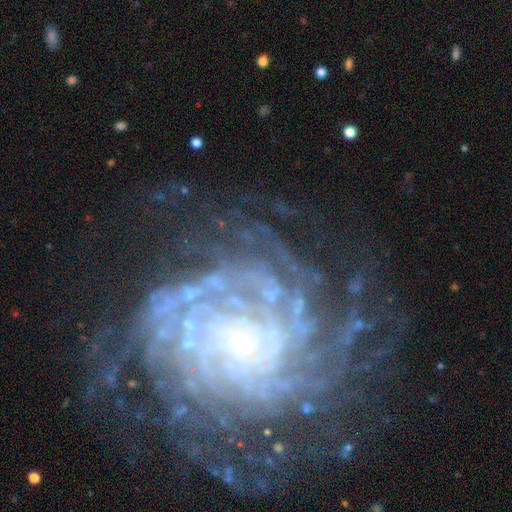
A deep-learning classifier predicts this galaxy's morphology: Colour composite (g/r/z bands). It shows a featured or disk galaxy (88%) with no bar (76%), more than 4 (35%) tight (76%) spiral arms (97%) and a small central bulge (85%). Merging: none (70%).